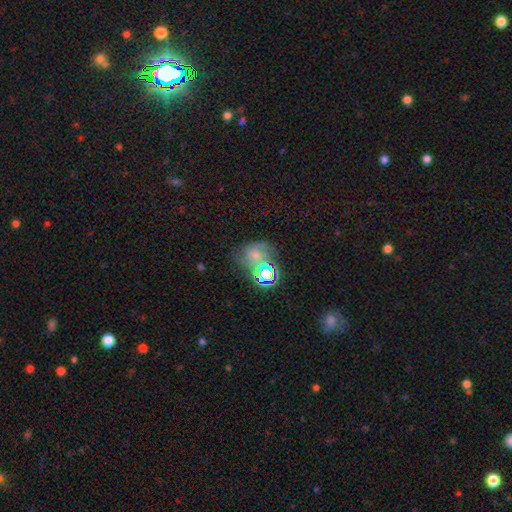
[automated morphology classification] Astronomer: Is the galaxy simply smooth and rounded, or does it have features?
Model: smooth — 39% (runner-up: featured or disk, 33%).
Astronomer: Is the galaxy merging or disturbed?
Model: none — 45% (runner-up: merger, 22%).